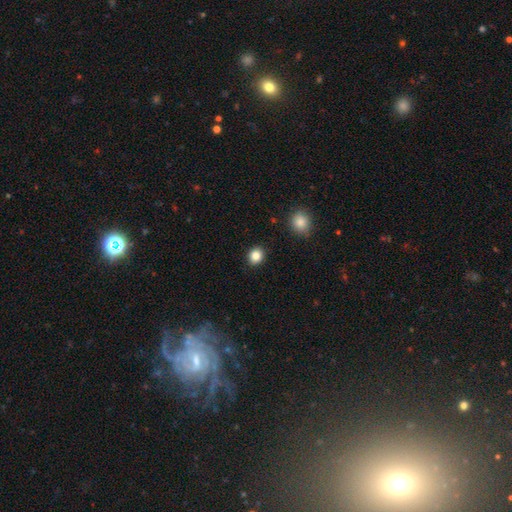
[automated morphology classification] smooth-or-featured: smooth: 85% | star or artifact: 10% | featured or disk: 4%
  how-rounded: round: 79% | in between: 21% | cigar-shaped: 1%
  merging: none: 91% | minor disturbance: 6% | major disturbance: 2% | merger: 1%